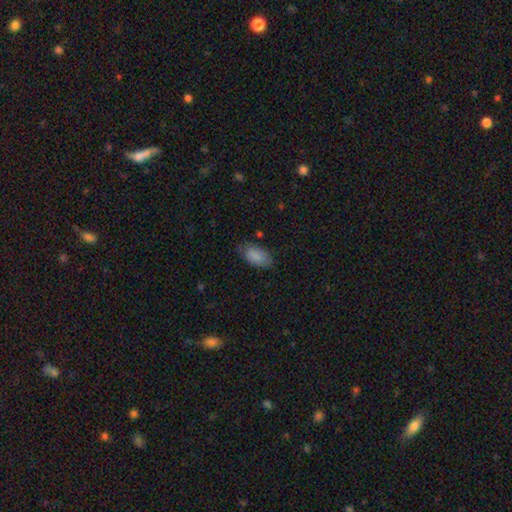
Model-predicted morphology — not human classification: Overall: smooth (85%). How rounded: in between (94%). Merging: none (70%).